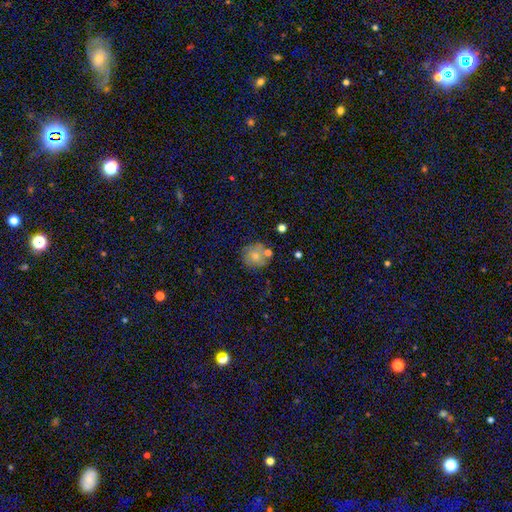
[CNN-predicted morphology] Smooth or featured? smooth (73%)
How rounded? round (87%)
Merging? none (68%)